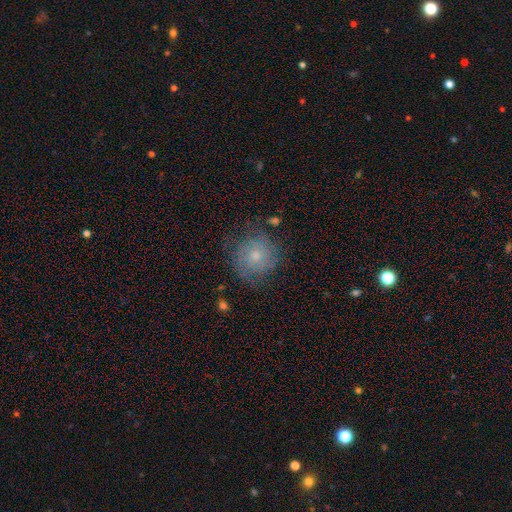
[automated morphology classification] Smooth or featured? smooth (56%)
How rounded? round (90%)
Merging? none (71%)